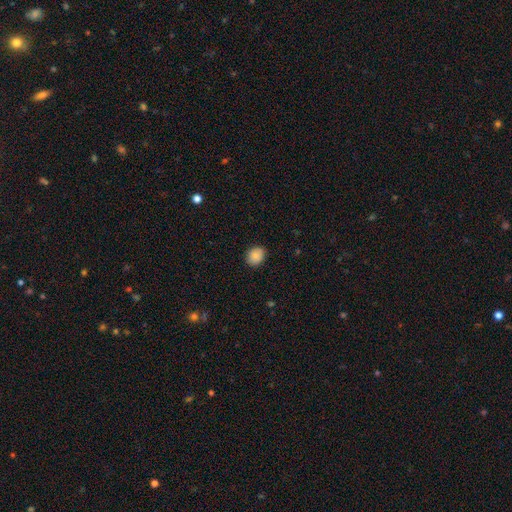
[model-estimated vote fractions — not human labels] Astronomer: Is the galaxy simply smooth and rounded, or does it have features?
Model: smooth — 86%.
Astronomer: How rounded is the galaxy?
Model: round — 62% (runner-up: in between, 38%).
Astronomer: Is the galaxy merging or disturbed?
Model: none — 87%.